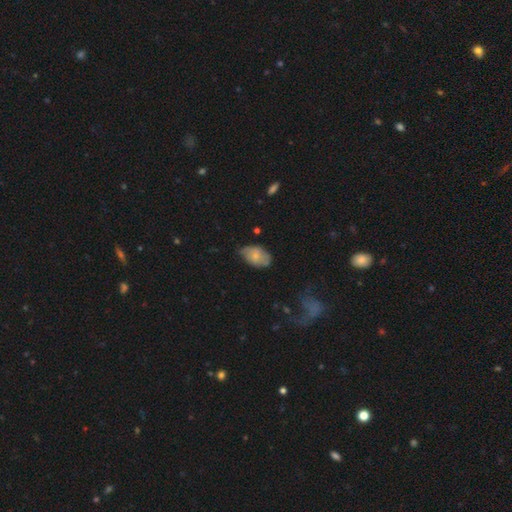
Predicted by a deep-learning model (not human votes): Overall: smooth (64%; featured or disk 29%). How rounded: in between (90%). Merging: none (56%; minor disturbance 35%).